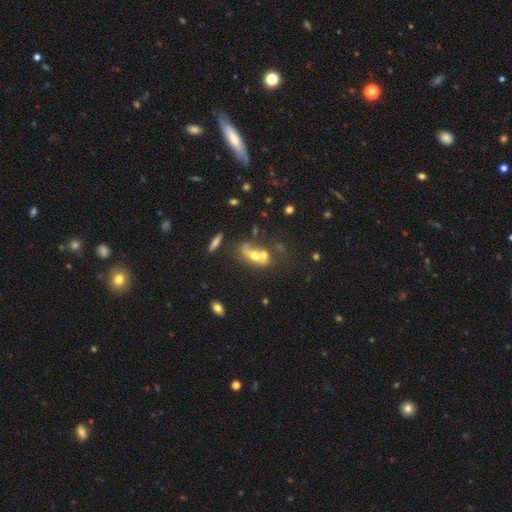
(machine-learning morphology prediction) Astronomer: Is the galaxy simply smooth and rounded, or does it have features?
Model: smooth — 51% (runner-up: featured or disk, 36%).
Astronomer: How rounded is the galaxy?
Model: in between — 64%.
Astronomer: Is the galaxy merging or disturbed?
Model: merger — 53%.